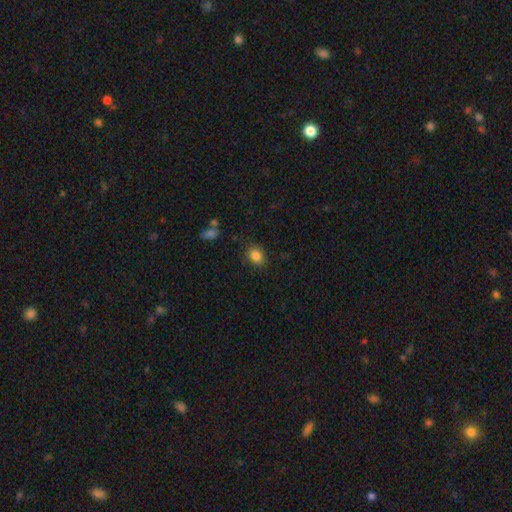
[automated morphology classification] Q: Smooth or featured?
A: smooth (85%); runner-up: star or artifact (10%)
Q: How rounded?
A: in between (56%); runner-up: round (43%)
Q: Merging?
A: none (82%); runner-up: minor disturbance (13%)